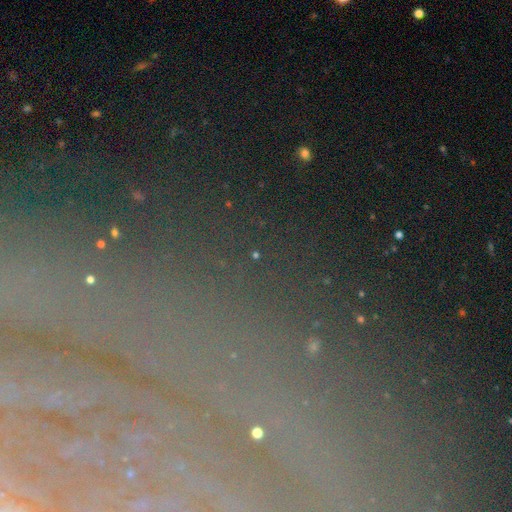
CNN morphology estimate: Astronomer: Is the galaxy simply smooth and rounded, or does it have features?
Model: star or artifact — 67%.